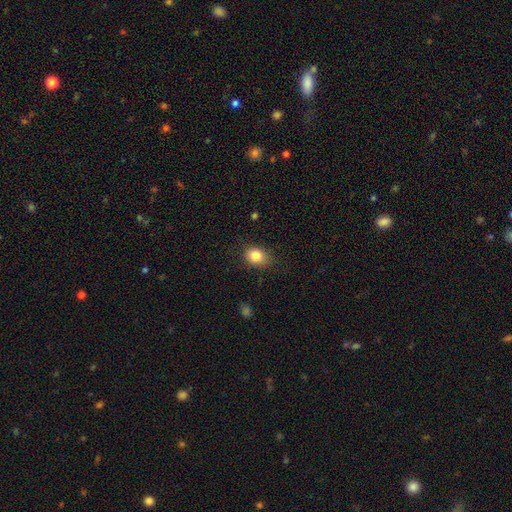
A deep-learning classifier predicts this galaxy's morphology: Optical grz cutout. It shows a smooth galaxy with no disk features (83%) that is in between round and cigar-shaped (55%). Merging: none (81%).